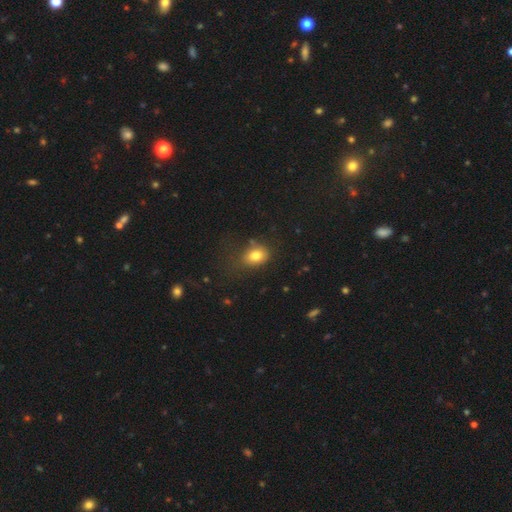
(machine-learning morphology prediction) A smooth galaxy with no disk features (80%) that is in between round and cigar-shaped (63%). Merging: none (61%).